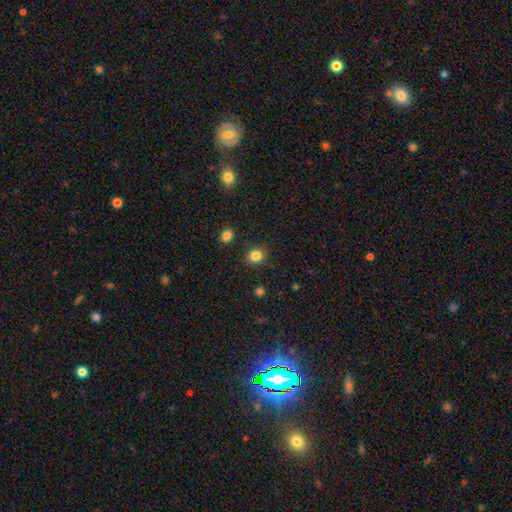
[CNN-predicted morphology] type=smooth (84%); roundness=round (76%); merging=none (89%).